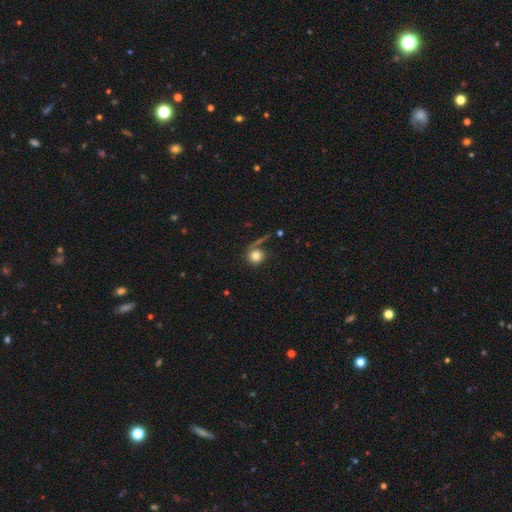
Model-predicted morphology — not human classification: smooth_or_featured: smooth (p=0.78) [alt: featured or disk p=0.12]
how_rounded: round (p=0.89) [alt: in between p=0.09]
merging: none (p=0.61) [alt: major disturbance p=0.15]